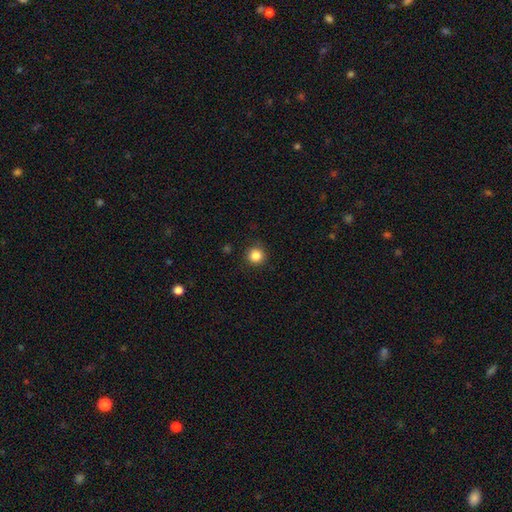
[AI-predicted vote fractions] This appears to be a smooth galaxy with no disk features (85%) that is round (95%). Merging: none (90%).